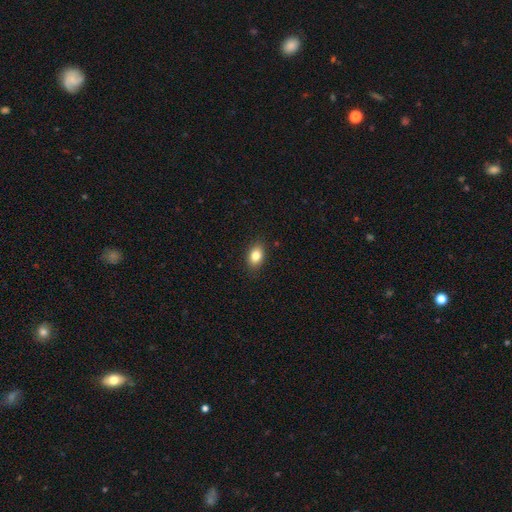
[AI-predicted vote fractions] A smooth galaxy with no disk features (82%) that is in between round and cigar-shaped (79%).

Vote fractions:
- Smooth or featured? smooth: 82% / star or artifact: 9% / featured or disk: 9%
- How rounded? in between: 79% / round: 19% / cigar-shaped: 2%
- Merging? none: 88% / minor disturbance: 9% / major disturbance: 2% / merger: 1%